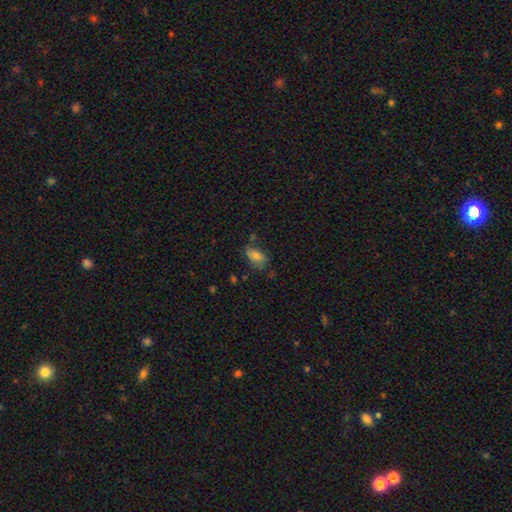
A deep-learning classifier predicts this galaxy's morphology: A smooth galaxy with no disk features (73%) that is in between round and cigar-shaped (89%). Merging: none (55%).